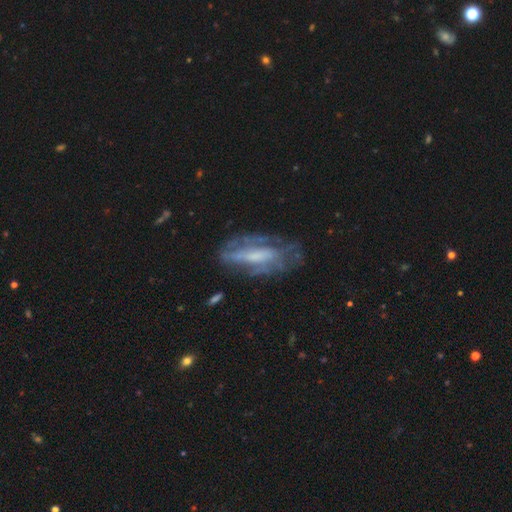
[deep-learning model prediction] smooth_or_featured: featured or disk (p=0.68) [alt: smooth p=0.23]
disk_edge_on: no (p=0.83) [alt: yes p=0.17]
bar: no (p=0.42) [alt: weak p=0.34]
has_spiral_arms: yes (p=0.61) [alt: no p=0.39]
bulge_size: small (p=0.32) [tied with: moderate p=0.32]
merging: none (p=0.57) [alt: minor disturbance p=0.23]